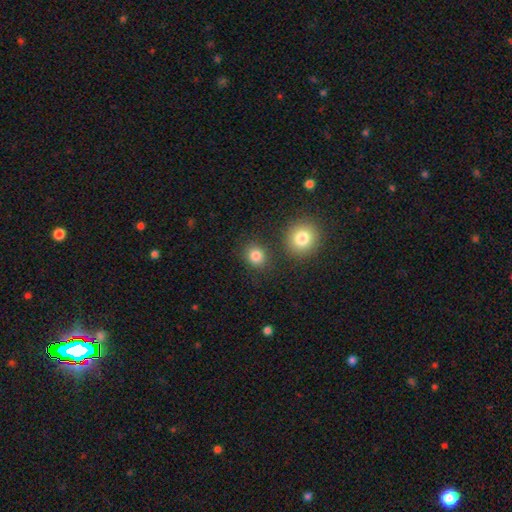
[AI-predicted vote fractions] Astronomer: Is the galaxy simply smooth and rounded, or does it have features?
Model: smooth — 84%.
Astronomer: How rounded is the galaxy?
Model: round — 79%.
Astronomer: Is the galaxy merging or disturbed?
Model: none — 81%.